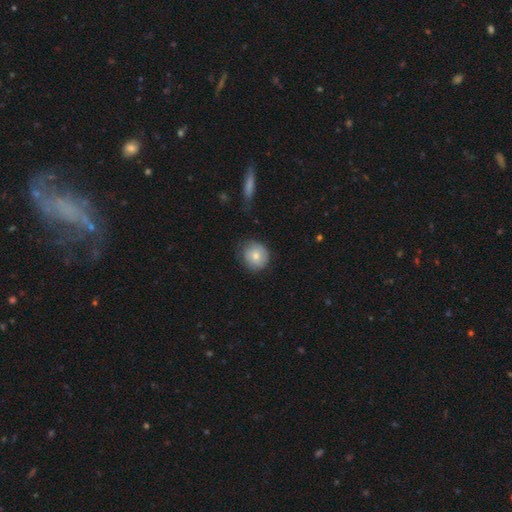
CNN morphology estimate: The model was most divided on "merging": none: 69%, minor disturbance: 24%, major disturbance: 6%, merger: 1%. More confident: how rounded — round (88%); smooth or featured — smooth (74%).